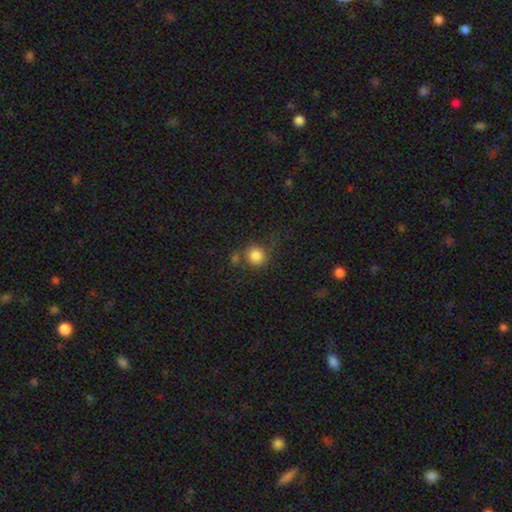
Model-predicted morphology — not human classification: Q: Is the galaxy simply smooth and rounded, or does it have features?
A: smooth — 84%.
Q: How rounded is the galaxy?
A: round — 88%.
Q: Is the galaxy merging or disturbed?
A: none — 68%.